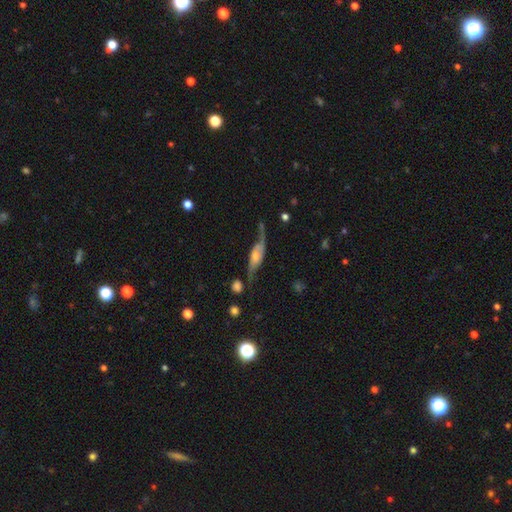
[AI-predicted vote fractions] Overall: featured or disk (76%). Edge-on disk: no (67%; yes 33%). Bar: no (54%; weak 32%). Spiral arms: yes (86%). Bulge size: moderate (39%; small 38%). Merging: none (50%; minor disturbance 25%).